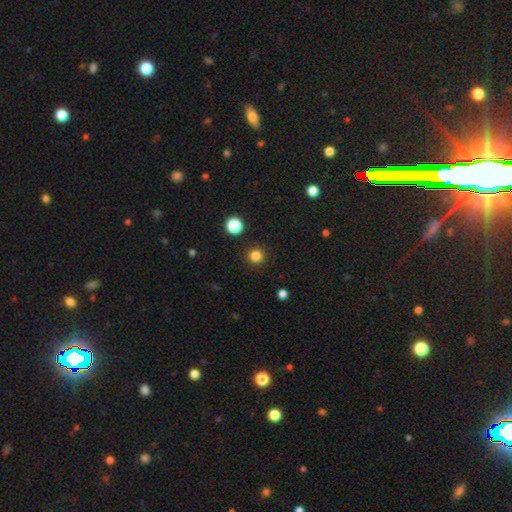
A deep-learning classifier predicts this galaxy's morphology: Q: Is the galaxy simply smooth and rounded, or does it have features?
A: smooth — 83%.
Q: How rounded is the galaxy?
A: round — 95%.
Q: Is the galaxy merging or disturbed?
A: none — 92%.